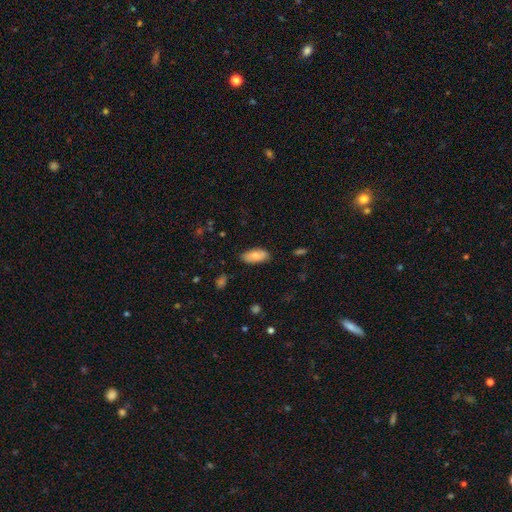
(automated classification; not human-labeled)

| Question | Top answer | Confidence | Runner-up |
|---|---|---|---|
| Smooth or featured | smooth | 76% | featured or disk (17%) |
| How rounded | in between | 89% | cigar-shaped (8%) |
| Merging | none | 82% | minor disturbance (14%) |